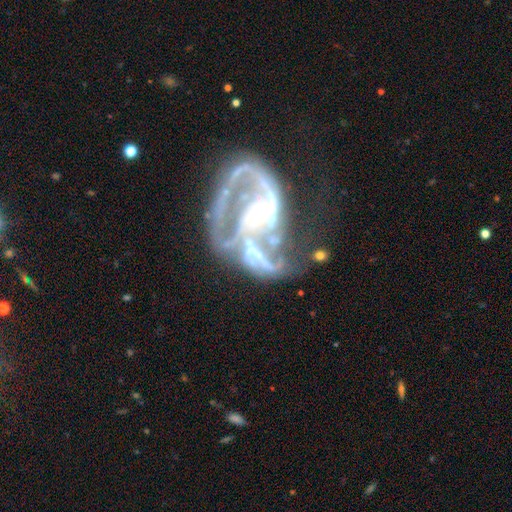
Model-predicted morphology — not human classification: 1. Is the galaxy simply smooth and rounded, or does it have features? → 83% featured or disk, 10% star or artifact, 7% smooth.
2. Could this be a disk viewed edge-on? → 98% no, 2% yes.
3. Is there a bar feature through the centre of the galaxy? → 61% no, 25% weak, 14% strong.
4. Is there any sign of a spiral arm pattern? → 78% yes, 22% no.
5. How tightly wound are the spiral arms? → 42% medium, 34% loose, 25% tight.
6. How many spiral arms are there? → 31% 2, 25% can't tell, 19% 3, 12% 1, 7% 4, 6% more than 4.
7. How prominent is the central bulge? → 51% small, 33% moderate, 11% none, 3% large, 2% dominant.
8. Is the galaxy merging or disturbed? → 41% major disturbance, 30% merger, 17% none, 12% minor disturbance.